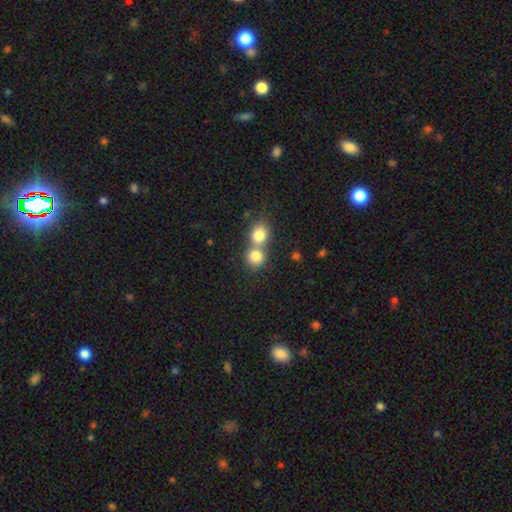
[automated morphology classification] A smooth galaxy with no disk features (81%) that is round (83%). Merging: merger (56%).